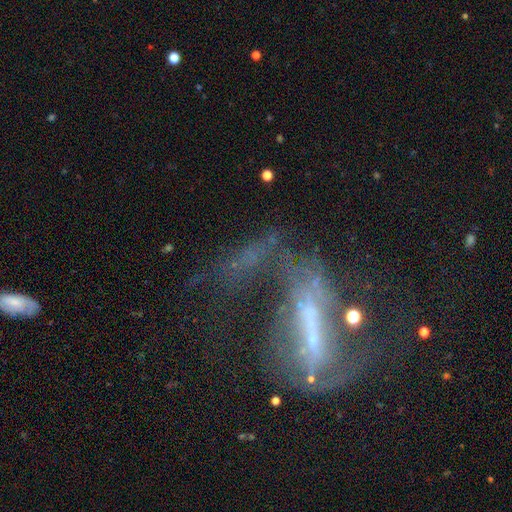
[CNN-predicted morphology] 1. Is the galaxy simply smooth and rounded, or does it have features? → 69% featured or disk, 17% star or artifact, 14% smooth.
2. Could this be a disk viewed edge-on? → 80% no, 20% yes.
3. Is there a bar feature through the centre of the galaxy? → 51% strong, 26% weak, 23% no.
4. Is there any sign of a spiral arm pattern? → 56% yes, 44% no.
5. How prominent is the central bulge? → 42% small, 29% none, 23% moderate, 4% large, 2% dominant.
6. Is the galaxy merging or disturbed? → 40% major disturbance, 28% none, 18% merger, 14% minor disturbance.